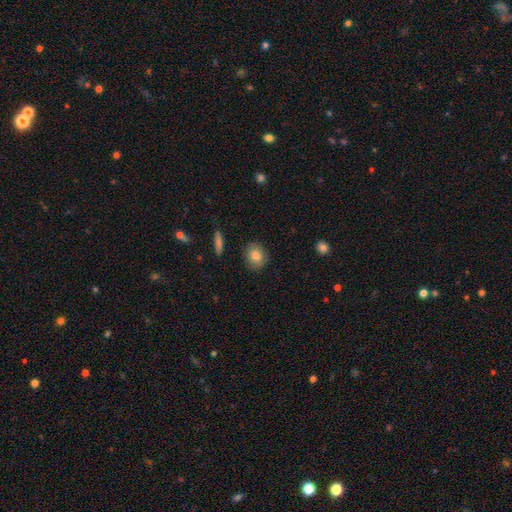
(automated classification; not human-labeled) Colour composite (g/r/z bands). It shows a smooth galaxy with no disk features (81%) that is round (64%). Merging: none (86%).